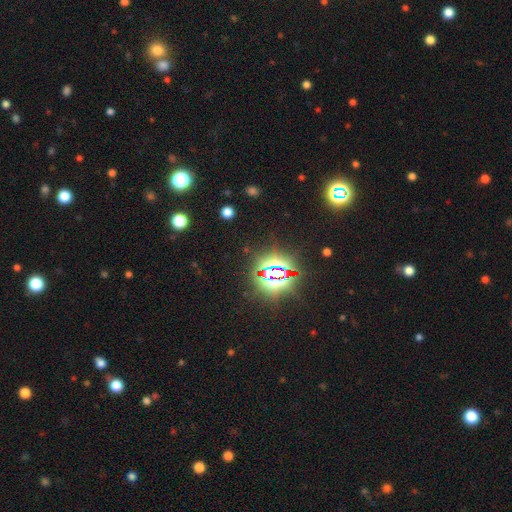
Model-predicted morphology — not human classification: Q: Smooth or featured?
A: star or artifact (83%); runner-up: smooth (10%)